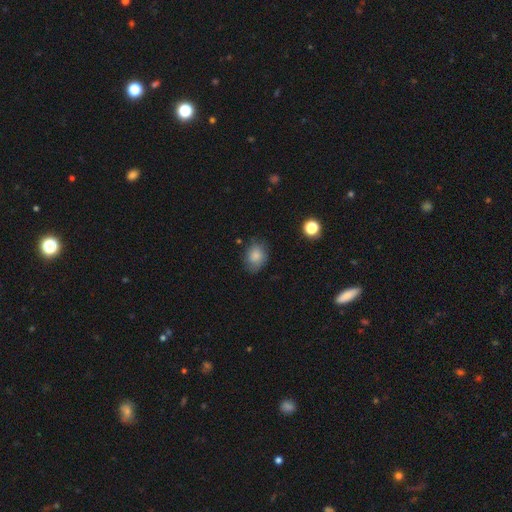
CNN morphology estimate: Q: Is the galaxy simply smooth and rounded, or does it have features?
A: smooth — 81%.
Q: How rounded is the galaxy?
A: in between — 59%.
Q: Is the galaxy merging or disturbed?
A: none — 72%.